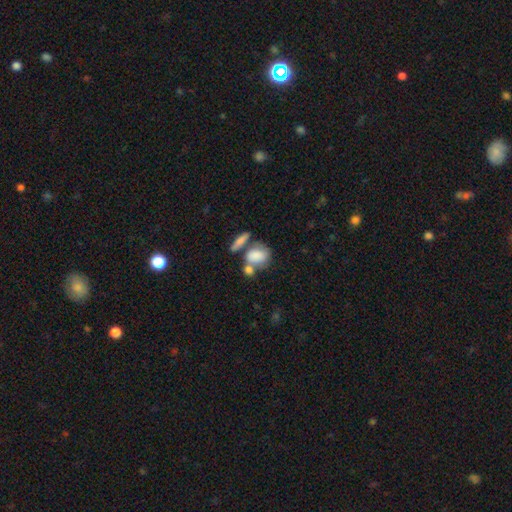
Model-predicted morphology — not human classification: smooth 76%, featured or disk 16%, star or artifact 8%. Down the decision tree: how rounded — in between (65%); merging — merger (44%).